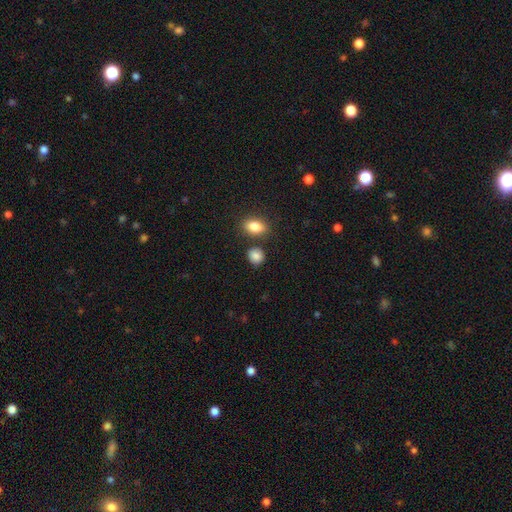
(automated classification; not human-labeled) Smooth or featured?
  - smooth: 87% *
  - star or artifact: 9%
  - featured or disk: 5%
How rounded?
  - round: 70% *
  - in between: 29%
  - cigar-shaped: 1%
Merging?
  - none: 77% *
  - minor disturbance: 11%
  - merger: 8%
  - major disturbance: 3%